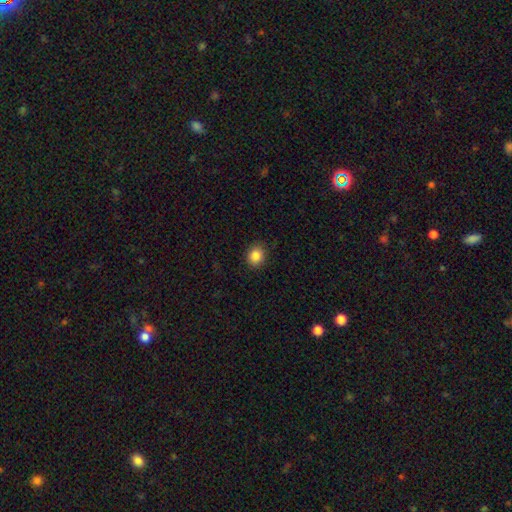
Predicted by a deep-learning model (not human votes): A smooth galaxy with no disk features (86%) that is round (67%).

Vote fractions:
- Smooth or featured? smooth: 86% / star or artifact: 9% / featured or disk: 5%
- How rounded? round: 67% / in between: 32% / cigar-shaped: 1%
- Merging? none: 89% / minor disturbance: 8% / major disturbance: 2% / merger: 1%